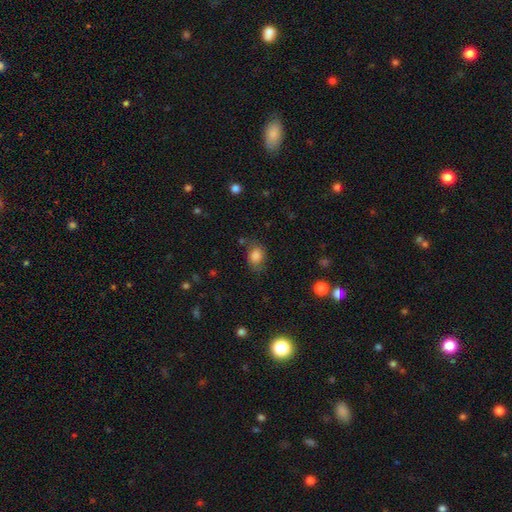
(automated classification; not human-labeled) Smooth or featured: smooth — 81% (star or artifact — 10%)
How rounded: in between — 64% (round — 35%)
Merging: none — 64% (minor disturbance — 24%)